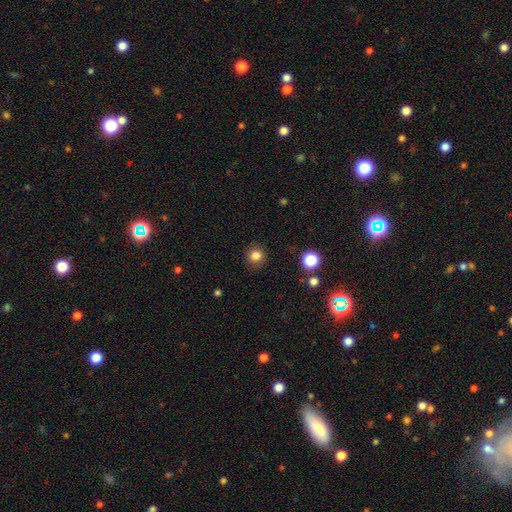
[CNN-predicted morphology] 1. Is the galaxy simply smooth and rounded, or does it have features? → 83% smooth, 12% star or artifact, 5% featured or disk.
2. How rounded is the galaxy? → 87% round, 12% in between, 1% cigar-shaped.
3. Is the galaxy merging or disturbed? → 89% none, 8% minor disturbance, 3% major disturbance, 1% merger.